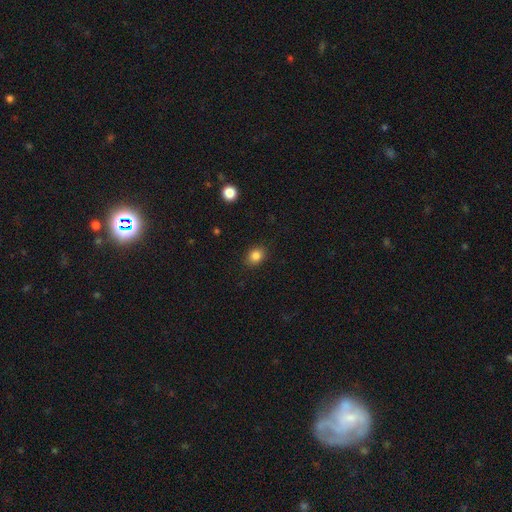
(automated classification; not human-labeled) Q: Smooth or featured?
A: smooth (84%); runner-up: star or artifact (10%)
Q: How rounded?
A: round (51%); runner-up: in between (48%)
Q: Merging?
A: none (88%); runner-up: minor disturbance (9%)